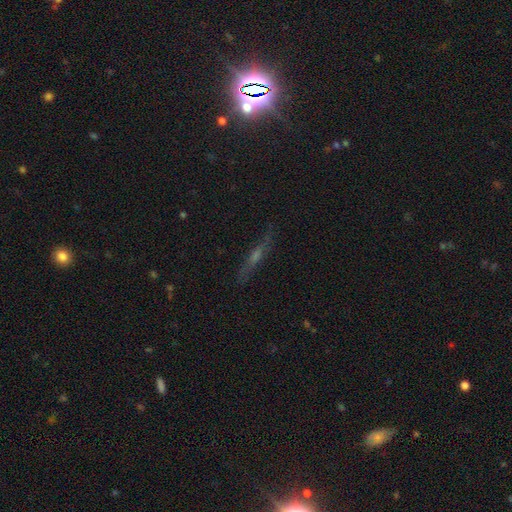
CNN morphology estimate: smooth-or-featured: featured or disk: 64% | smooth: 21% | star or artifact: 15%
  disk-edge-on: yes: 91% | no: 9%
    edge-on-bulge: rounded: 71% | none: 19% | boxy: 10%
  merging: none: 84% | minor disturbance: 12% | major disturbance: 3% | merger: 2%